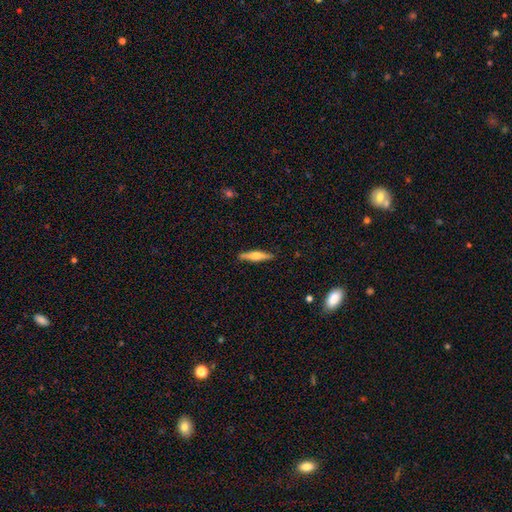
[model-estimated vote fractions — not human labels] A smooth galaxy with no disk features (48%).

Vote fractions:
- Smooth or featured? smooth: 48% / featured or disk: 46% / star or artifact: 6%
- Merging? none: 88% / minor disturbance: 9% / major disturbance: 2% / merger: 1%